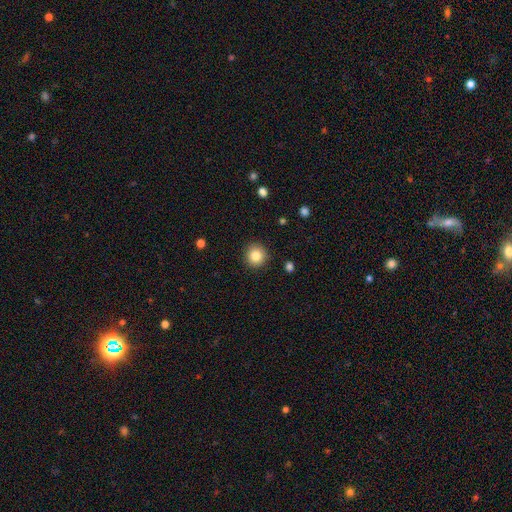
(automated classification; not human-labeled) Overall: smooth (85%). How rounded: round (94%). Merging: none (91%).